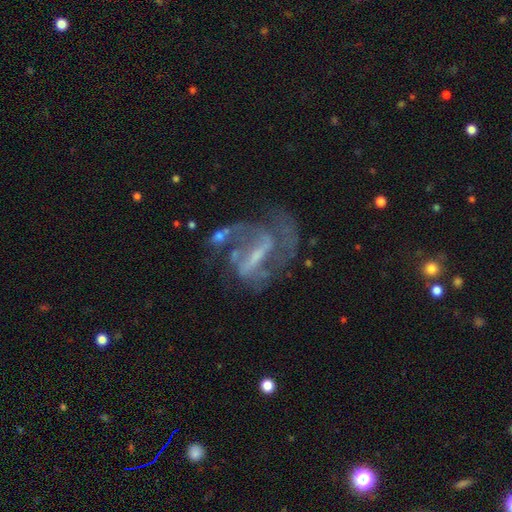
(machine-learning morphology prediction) A featured or disk galaxy (82%) with a strong bar (51%), 2 (60%) medium (47%) spiral arms (82%) and a small central bulge (47%).

Vote fractions:
- Smooth or featured? featured or disk: 82% / smooth: 9% / star or artifact: 9%
- Edge-on disk? no: 94% / yes: 6%
- Bar? strong: 51% / weak: 35% / no: 14%
- Spiral arms? yes: 82% / no: 18%
- Spiral winding? medium: 47% / loose: 29% / tight: 24%
- Spiral arm count? 2: 60% / can't tell: 18% / 1: 11% / 3: 7% / 4: 2% / more than 4: 2%
- Bulge size? small: 47% / none: 27% / moderate: 22% / large: 3% / dominant: 1%
- Merging? none: 43% / major disturbance: 30% / minor disturbance: 18% / merger: 9%